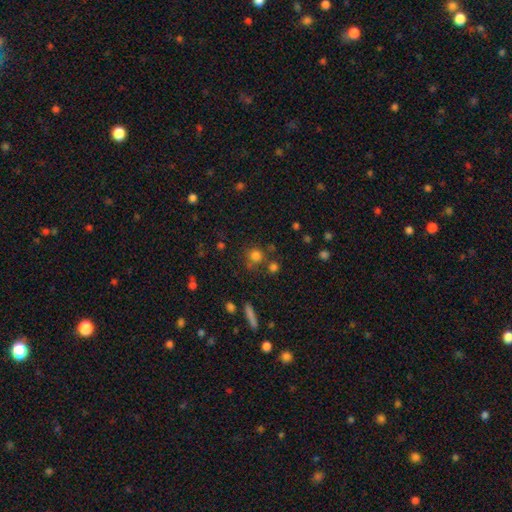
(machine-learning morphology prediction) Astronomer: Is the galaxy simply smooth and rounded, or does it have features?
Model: smooth — 76%.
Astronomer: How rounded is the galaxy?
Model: round — 90%.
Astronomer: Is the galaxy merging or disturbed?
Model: none — 69%.